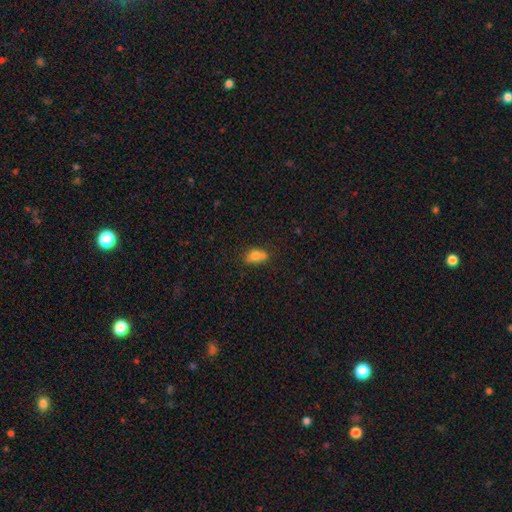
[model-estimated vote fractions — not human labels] The model was most divided on "merging" (2-way tie): none: 40%, merger: 40%, minor disturbance: 14%, major disturbance: 5%. More confident: smooth or featured — smooth (74%); how rounded — in between (63%).